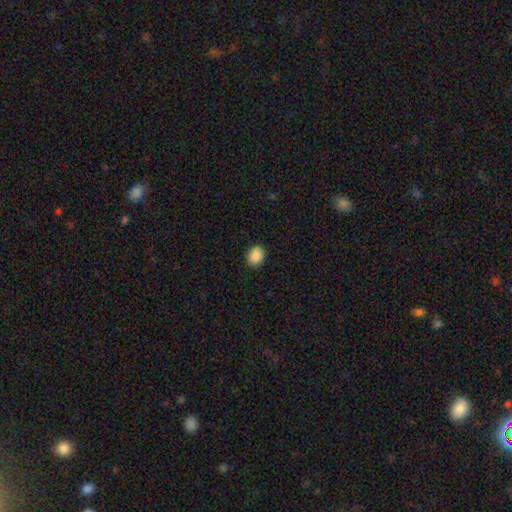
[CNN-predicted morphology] smooth_or_featured: smooth (p=0.88) [alt: star or artifact p=0.08]
how_rounded: in between (p=0.53) [alt: round p=0.46]
merging: none (p=0.91) [alt: minor disturbance p=0.07]